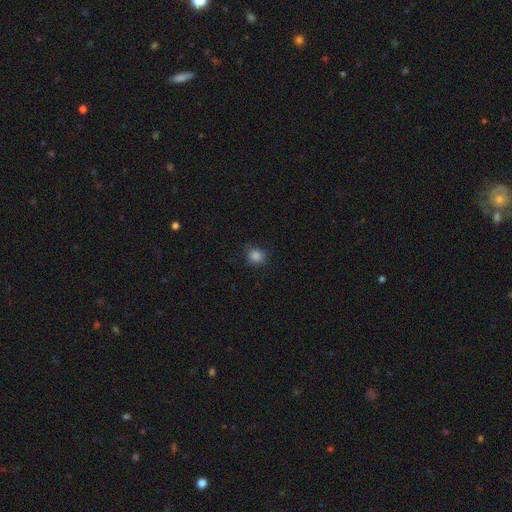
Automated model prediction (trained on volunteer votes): A smooth galaxy with no disk features (84%) that is round (81%). Merging: none (85%).